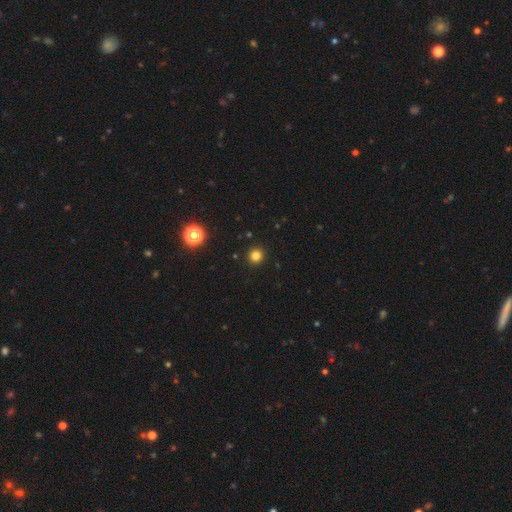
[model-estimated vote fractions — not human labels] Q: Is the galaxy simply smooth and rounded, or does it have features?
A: smooth — 81%.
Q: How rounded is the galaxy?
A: round — 95%.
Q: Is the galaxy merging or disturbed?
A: none — 93%.